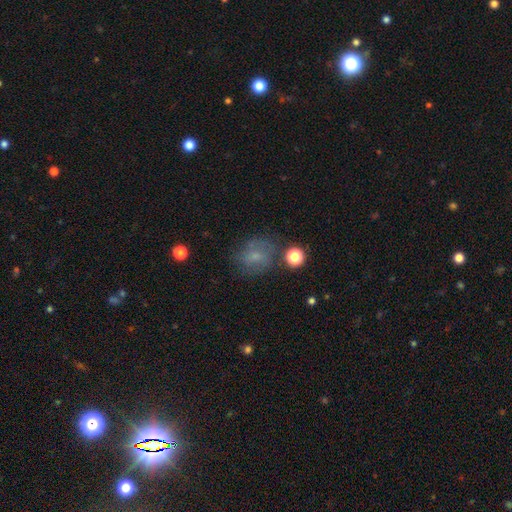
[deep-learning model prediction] Q: Smooth or featured?
A: smooth (55%); runner-up: featured or disk (29%)
Q: How rounded?
A: round (56%); runner-up: in between (42%)
Q: Merging?
A: none (63%); runner-up: minor disturbance (21%)